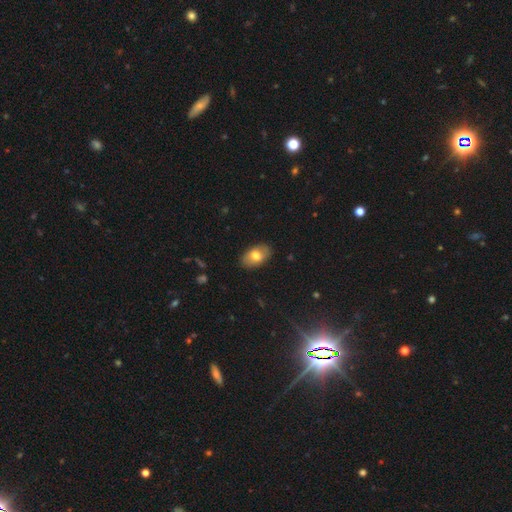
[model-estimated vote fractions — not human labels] The model was most divided on "smooth or featured": smooth: 73%, featured or disk: 19%, star or artifact: 7%. More confident: how rounded — in between (92%); merging — none (86%).